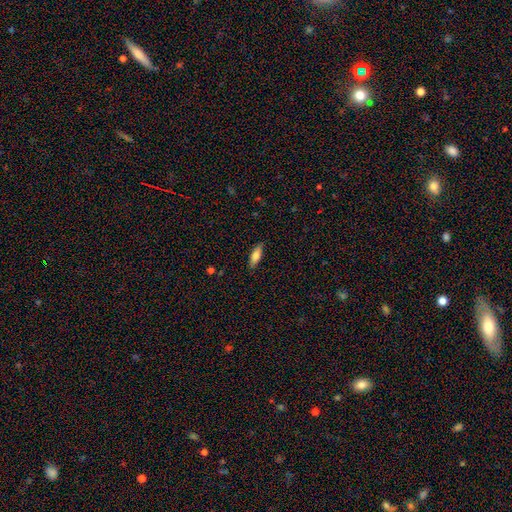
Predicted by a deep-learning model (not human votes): Smooth or featured: smooth — 76% (featured or disk — 18%)
How rounded: in between — 63% (cigar-shaped — 34%)
Merging: none — 86% (minor disturbance — 11%)